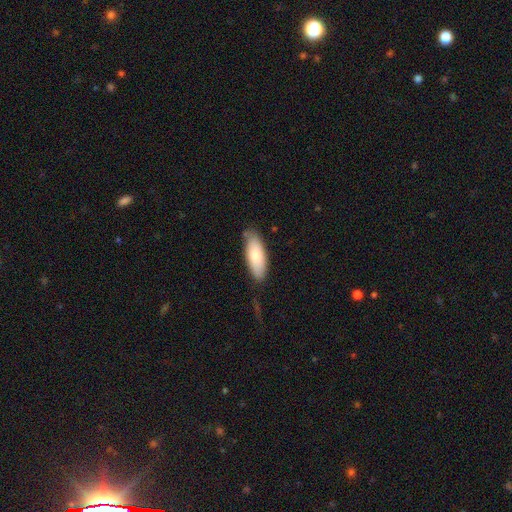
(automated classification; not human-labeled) This is likely a smooth galaxy (80%). How rounded: likely in between (74%). Merging: likely none (77%).